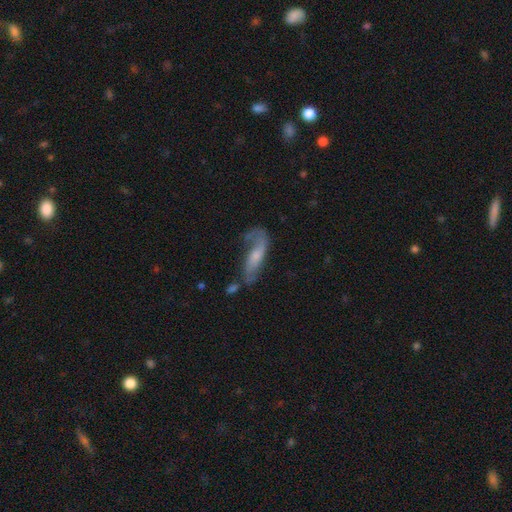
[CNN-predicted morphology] The model was most divided on "bulge size": small: 44%, moderate: 37%, none: 12%, large: 6%, dominant: 2%. Remaining: spiral arms — yes (85%); edge-on disk — no (79%); smooth or featured — featured or disk (67%); bar — no (52%); merging — none (48%).